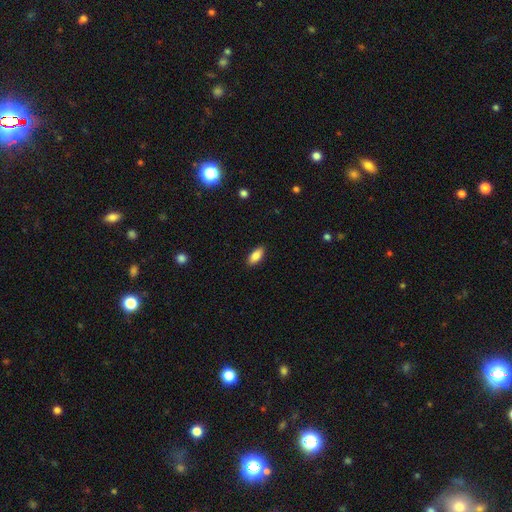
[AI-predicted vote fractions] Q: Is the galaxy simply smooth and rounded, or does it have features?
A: smooth — 86%.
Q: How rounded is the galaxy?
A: in between — 87%.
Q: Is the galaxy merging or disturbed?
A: none — 89%.